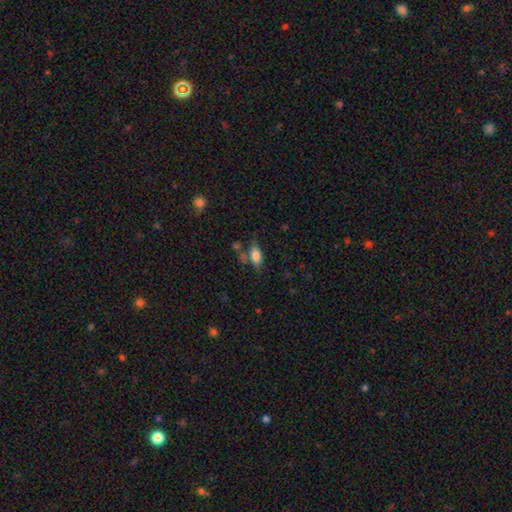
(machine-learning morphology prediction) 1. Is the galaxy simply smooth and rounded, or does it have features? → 76% smooth, 15% featured or disk, 9% star or artifact.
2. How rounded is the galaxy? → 84% in between, 11% cigar-shaped, 6% round.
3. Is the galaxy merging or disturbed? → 58% none, 21% minor disturbance, 12% merger, 9% major disturbance.